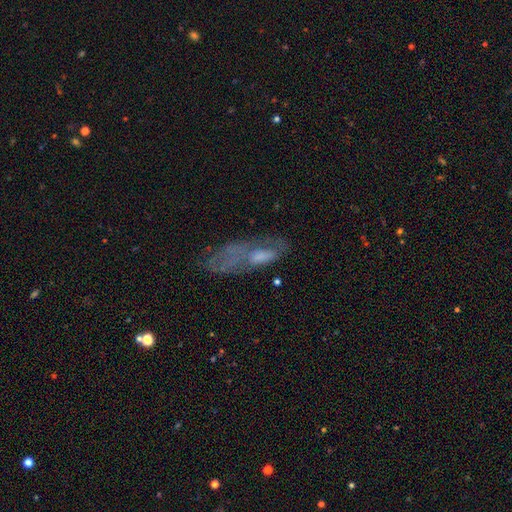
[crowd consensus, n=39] Smooth or featured?
  - featured or disk: 62% *
  - smooth: 36%
  - star or artifact: 3%
Edge-on disk?
  - no: 96% *
  - yes: 4%
Bar?
  - no: 91% *
  - weak: 9%
  - strong: 0%
Spiral arms?
  - no: 74% *
  - yes: 26%
Bulge size?
  - none: 43% *
  - moderate: 26%
  - small: 17%
  - dominant: 9%
  - large: 4%
Merging?
  - none: 39% * (tied)
  - major disturbance: 39% * (tied)
  - minor disturbance: 18%
  - merger: 3%